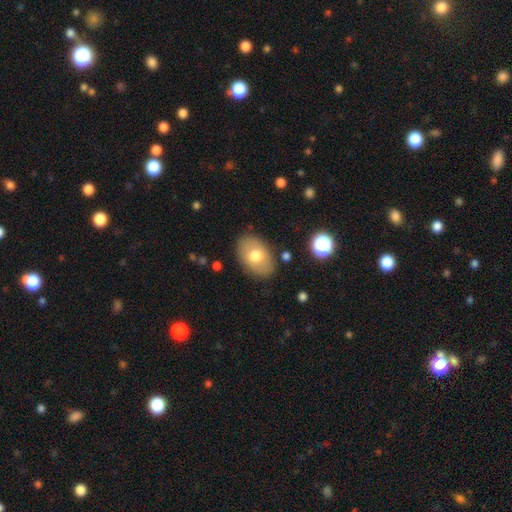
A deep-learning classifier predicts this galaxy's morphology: smooth 69%, featured or disk 23%, star or artifact 7%. Down the decision tree: how rounded — in between (84%); merging — none (83%).